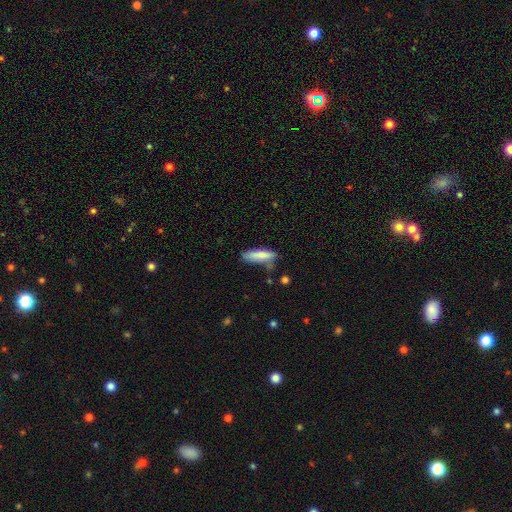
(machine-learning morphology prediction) The model was most divided on "how rounded": cigar-shaped: 68%, in between: 30%, round: 2%. More confident: smooth or featured — smooth (79%); merging — none (70%).